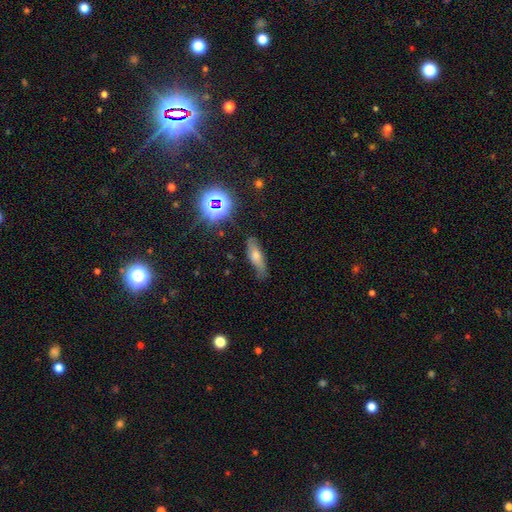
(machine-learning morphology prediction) The model was most divided on "how rounded": in between: 53%, cigar-shaped: 43%, round: 4%. More confident: merging — none (71%); smooth or featured — smooth (60%).